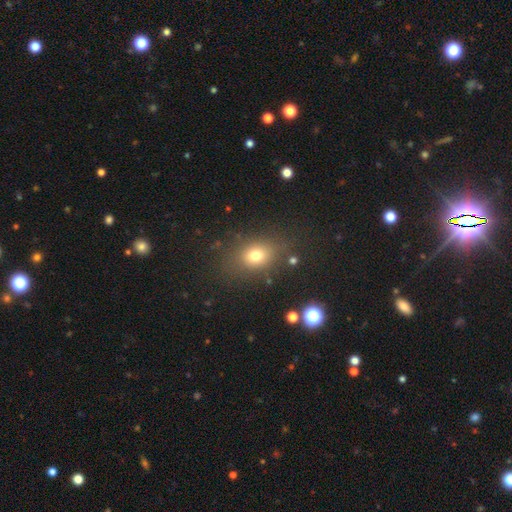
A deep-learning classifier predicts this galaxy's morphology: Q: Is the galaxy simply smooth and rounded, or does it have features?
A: smooth — 74%.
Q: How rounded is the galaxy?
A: in between — 58%.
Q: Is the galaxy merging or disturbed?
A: none — 79%.